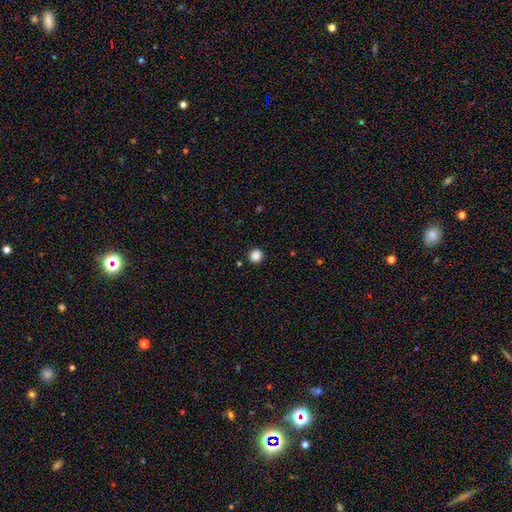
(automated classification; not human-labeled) The model was most divided on "smooth or featured": smooth: 87%, star or artifact: 11%, featured or disk: 3%. More confident: merging — none (91%); how rounded — round (89%).